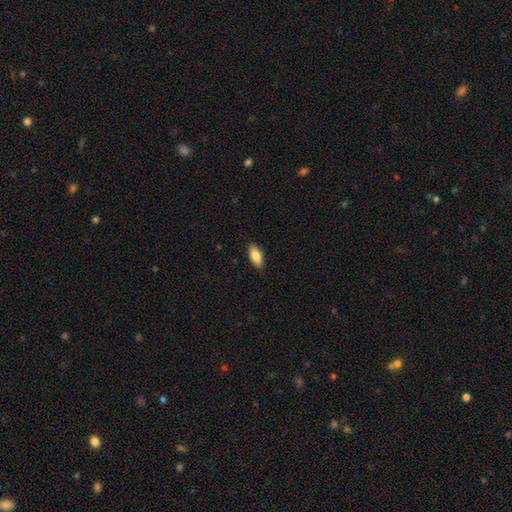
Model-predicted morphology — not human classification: A smooth galaxy with no disk features (85%) that is in between round and cigar-shaped (86%).

Vote fractions:
- Smooth or featured? smooth: 85% / featured or disk: 9% / star or artifact: 6%
- How rounded? in between: 86% / cigar-shaped: 11% / round: 2%
- Merging? none: 89% / minor disturbance: 9% / major disturbance: 2% / merger: 1%